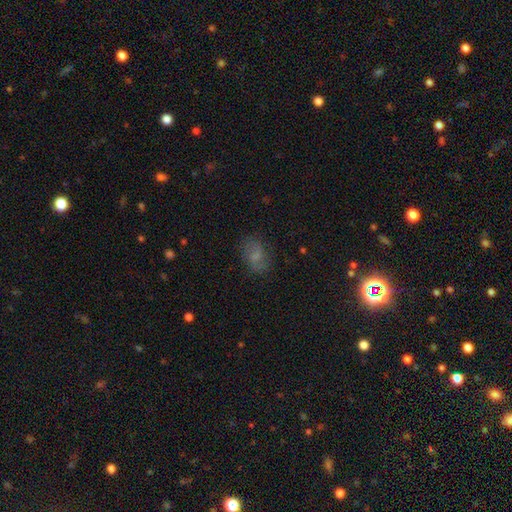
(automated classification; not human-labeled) A smooth galaxy with no disk features (51%) that is in between round and cigar-shaped (79%).

Vote fractions:
- Smooth or featured? smooth: 51% / featured or disk: 36% / star or artifact: 14%
- How rounded? in between: 79% / round: 19% / cigar-shaped: 2%
- Merging? none: 72% / minor disturbance: 18% / major disturbance: 9% / merger: 2%